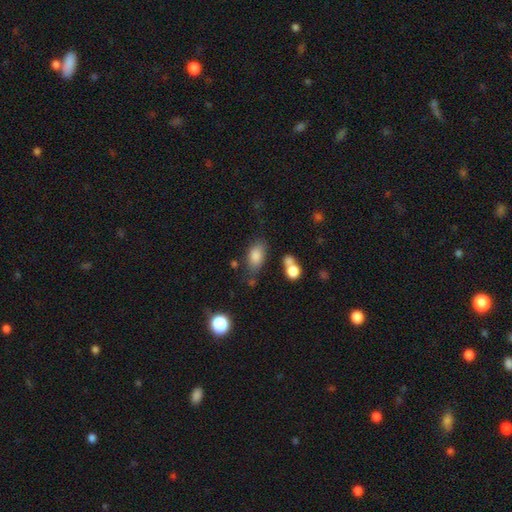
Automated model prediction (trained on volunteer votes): The model was most divided on "merging": none: 65%, minor disturbance: 19%, merger: 9%, major disturbance: 6%. More confident: how rounded — in between (89%); smooth or featured — smooth (83%).